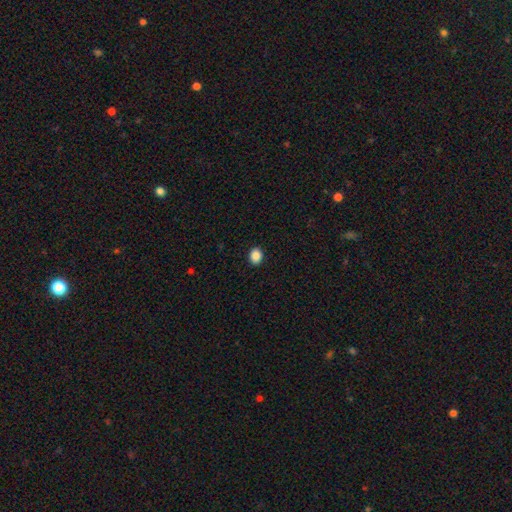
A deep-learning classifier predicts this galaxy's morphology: A smooth galaxy with no disk features (88%) that is in between round and cigar-shaped (51%). Merging: none (91%).